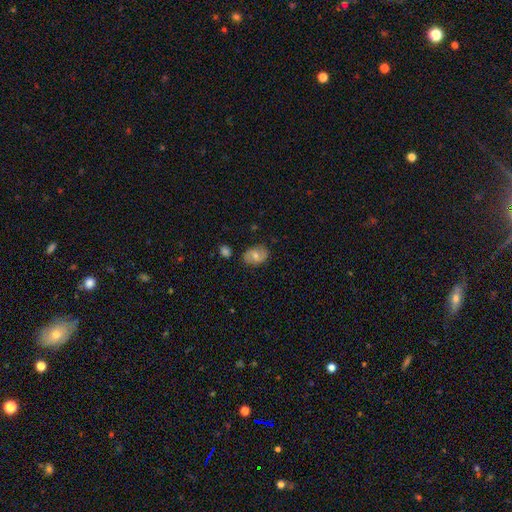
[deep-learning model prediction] This appears to be a smooth galaxy with no disk features (56%) that is in between round and cigar-shaped (73%). Merging: none (77%).